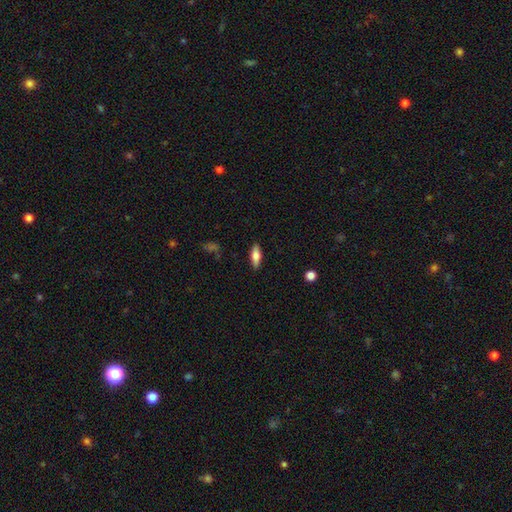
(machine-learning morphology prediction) A smooth galaxy with no disk features (70%) that is in between round and cigar-shaped (66%).

Vote fractions:
- Smooth or featured? smooth: 70% / featured or disk: 23% / star or artifact: 7%
- How rounded? in between: 66% / cigar-shaped: 31% / round: 3%
- Merging? none: 87% / minor disturbance: 10% / major disturbance: 2% / merger: 1%